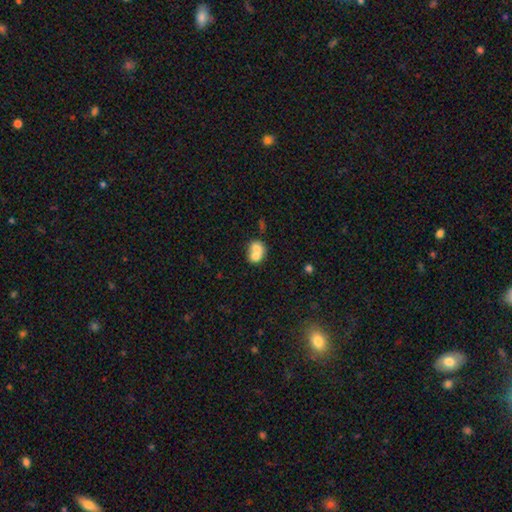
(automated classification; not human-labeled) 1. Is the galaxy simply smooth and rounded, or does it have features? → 68% smooth, 23% featured or disk, 9% star or artifact.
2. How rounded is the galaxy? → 55% round, 44% in between, 1% cigar-shaped.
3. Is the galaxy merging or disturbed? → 69% merger, 21% none, 6% minor disturbance, 4% major disturbance.